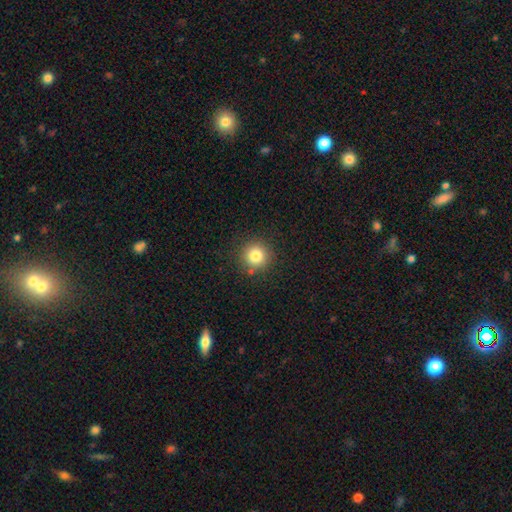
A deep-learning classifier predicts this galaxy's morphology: type=smooth (82%); roundness=round (94%); merging=none (88%).